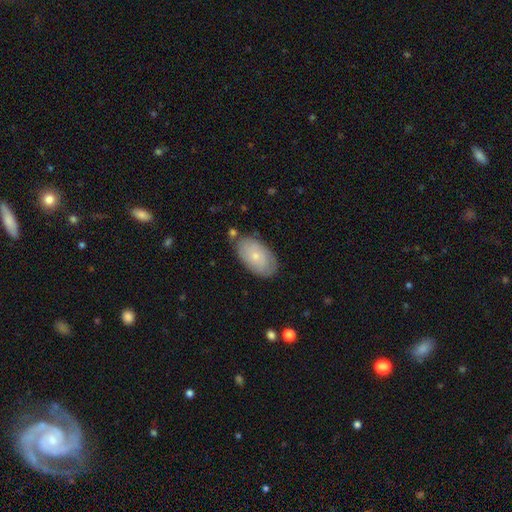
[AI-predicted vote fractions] This appears to be a smooth galaxy with no disk features (63%) that is in between round and cigar-shaped (93%). Merging: none (75%).